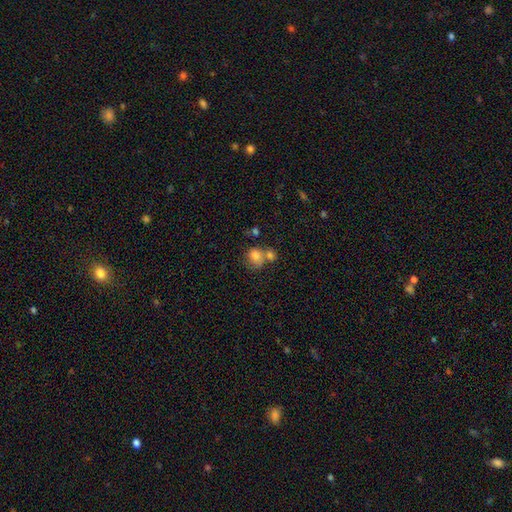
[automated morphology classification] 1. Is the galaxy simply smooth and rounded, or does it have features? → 79% smooth, 11% featured or disk, 10% star or artifact.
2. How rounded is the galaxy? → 67% round, 32% in between, 1% cigar-shaped.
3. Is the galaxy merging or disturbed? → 42% merger, 39% none, 13% minor disturbance, 6% major disturbance.